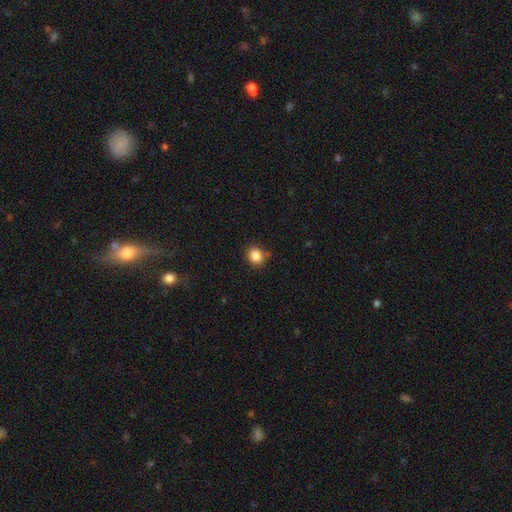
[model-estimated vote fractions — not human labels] A smooth galaxy with no disk features (86%) that is round (71%).

Vote fractions:
- Smooth or featured? smooth: 86% / star or artifact: 10% / featured or disk: 4%
- How rounded? round: 71% / in between: 29% / cigar-shaped: 1%
- Merging? none: 80% / minor disturbance: 13% / merger: 4% / major disturbance: 3%